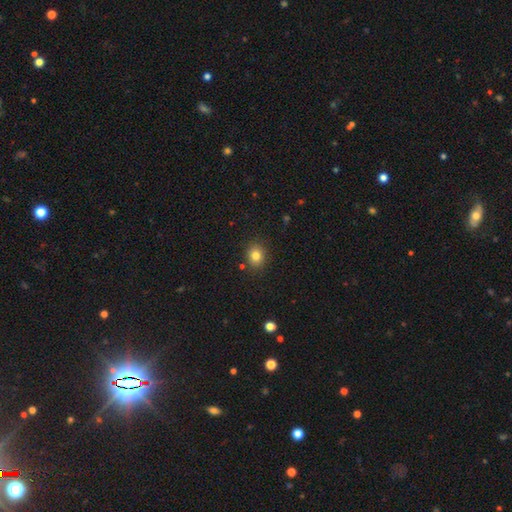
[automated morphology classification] type=smooth (81%); roundness=round (64%); merging=none (86%).